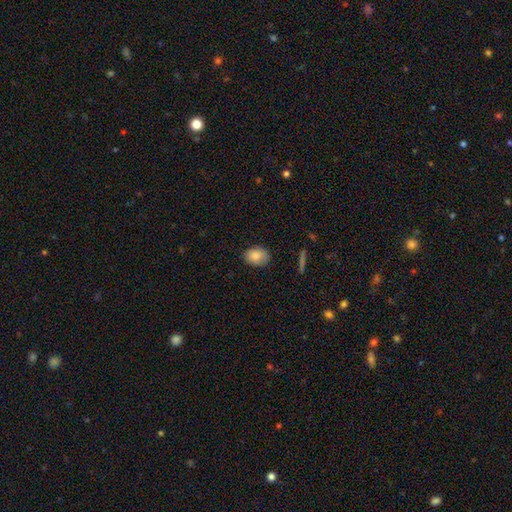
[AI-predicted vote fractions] smooth_or_featured: smooth (p=0.84) [alt: featured or disk p=0.09]
how_rounded: in between (p=0.74) [alt: round p=0.24]
merging: none (p=0.76) [alt: minor disturbance p=0.19]